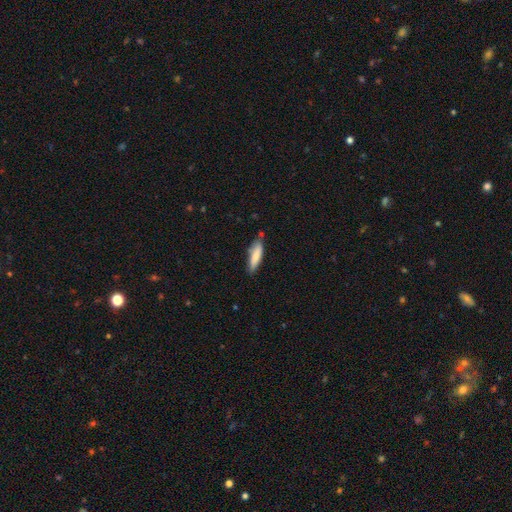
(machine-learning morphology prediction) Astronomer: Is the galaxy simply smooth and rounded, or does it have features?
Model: smooth — 79%.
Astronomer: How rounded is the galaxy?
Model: cigar-shaped — 65%.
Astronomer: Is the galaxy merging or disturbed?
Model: none — 73%.